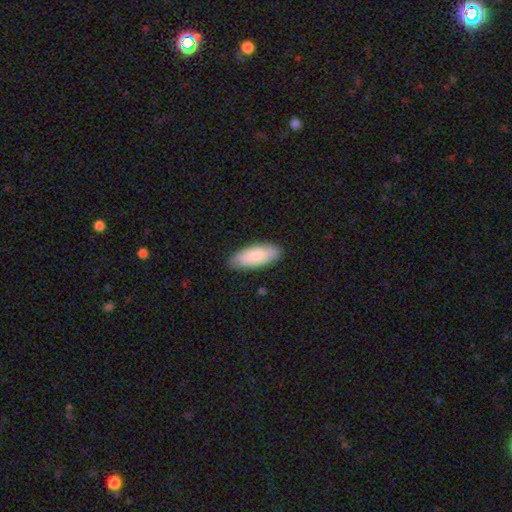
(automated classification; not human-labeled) Q: Smooth or featured?
A: smooth (79%); runner-up: featured or disk (16%)
Q: How rounded?
A: in between (82%); runner-up: cigar-shaped (16%)
Q: Merging?
A: none (84%); runner-up: minor disturbance (13%)